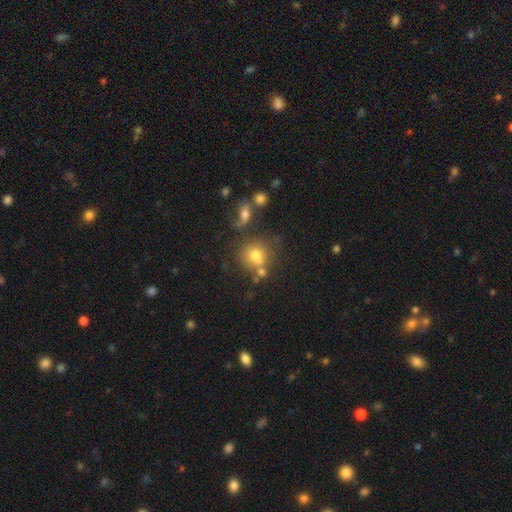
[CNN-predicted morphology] The model was most divided on "merging": none: 60%, merger: 21%, minor disturbance: 13%, major disturbance: 6%. More confident: how rounded — round (84%); smooth or featured — smooth (72%).